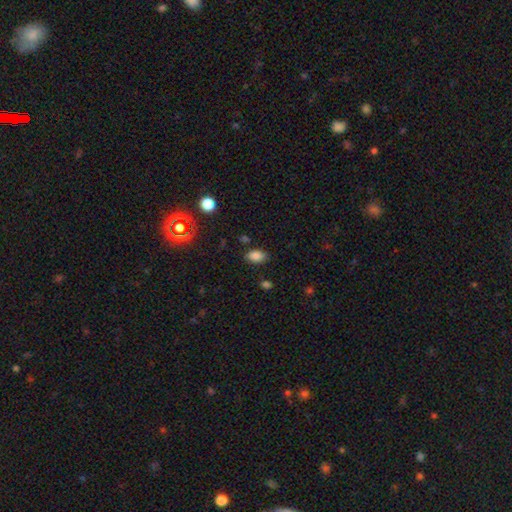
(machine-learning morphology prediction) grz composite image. It shows a smooth galaxy with no disk features (83%) that is in between round and cigar-shaped (87%). Merging: none (82%).